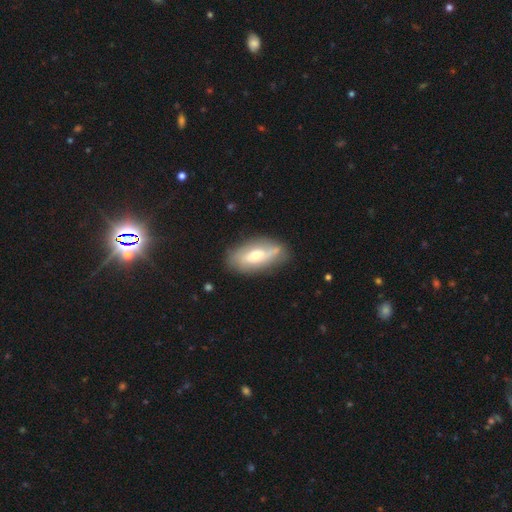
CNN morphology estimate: type=featured or disk (48%); merging=none (70%).